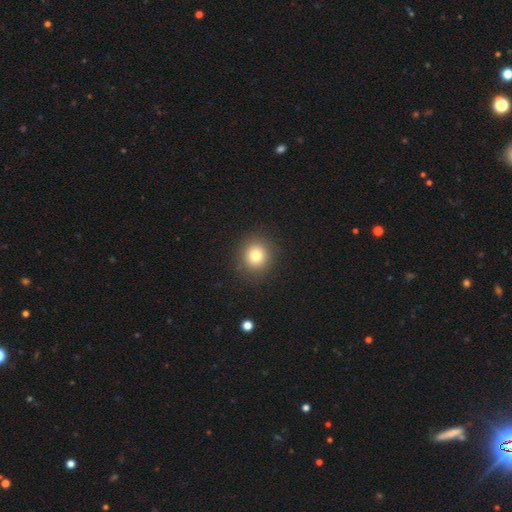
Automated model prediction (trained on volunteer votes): Overall: smooth (79%). How rounded: round (87%). Merging: none (89%).